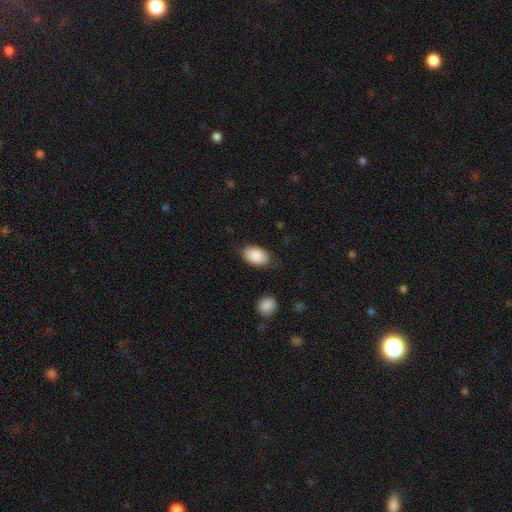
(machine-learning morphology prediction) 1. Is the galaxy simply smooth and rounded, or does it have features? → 89% smooth, 6% star or artifact, 5% featured or disk.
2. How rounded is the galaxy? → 91% in between, 7% round, 1% cigar-shaped.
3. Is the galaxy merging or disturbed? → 80% none, 14% minor disturbance, 4% major disturbance, 2% merger.